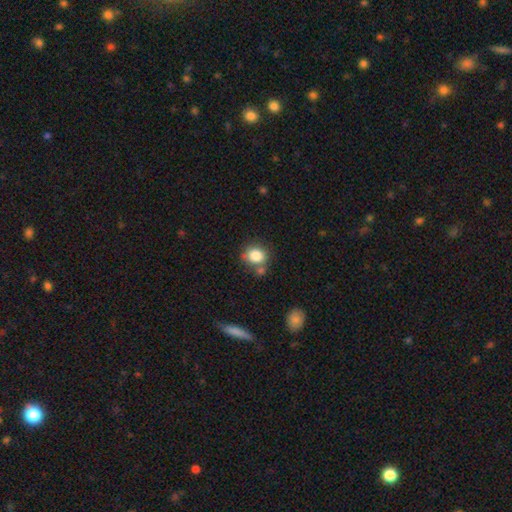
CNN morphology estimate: The model was most divided on "how rounded": round: 69%, in between: 30%, cigar-shaped: 1%. More confident: smooth or featured — smooth (83%); merging — none (63%).